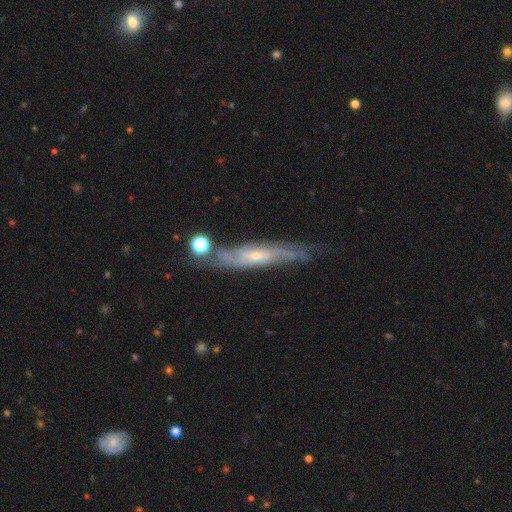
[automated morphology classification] Smooth or featured? Predicted: featured or disk (p=0.76). Edge-on disk? Predicted: yes (p=0.51). Merging? Predicted: none (p=0.65).